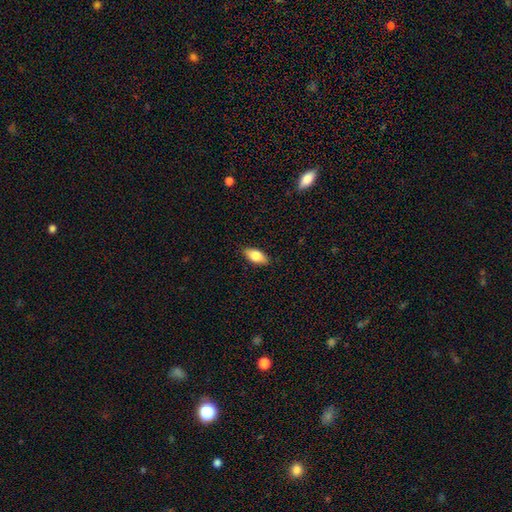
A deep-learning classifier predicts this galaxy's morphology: smooth-or-featured: smooth: 77% | featured or disk: 16% | star or artifact: 7%
  how-rounded: in between: 88% | cigar-shaped: 9% | round: 3%
  merging: none: 88% | minor disturbance: 9% | major disturbance: 2% | merger: 1%